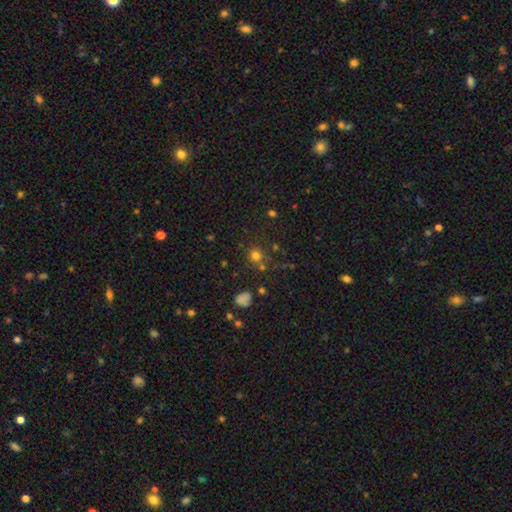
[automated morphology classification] smooth-or-featured: smooth: 72% | star or artifact: 21% | featured or disk: 7%
  how-rounded: round: 89% | in between: 10% | cigar-shaped: 1%
  merging: none: 73% | minor disturbance: 11% | merger: 11% | major disturbance: 5%